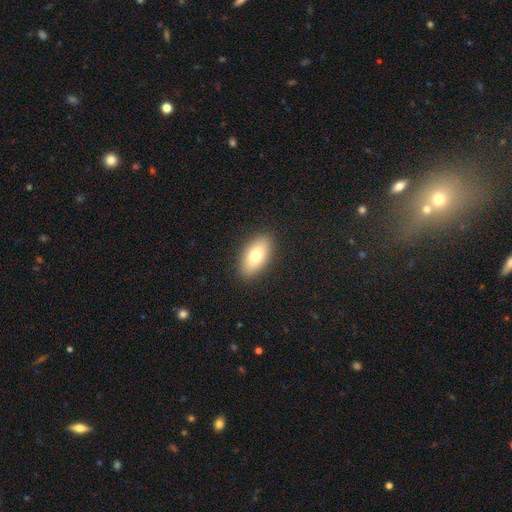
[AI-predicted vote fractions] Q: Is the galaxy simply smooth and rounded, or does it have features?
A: smooth — 76%.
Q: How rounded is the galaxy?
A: in between — 91%.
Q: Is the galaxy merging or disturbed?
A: none — 89%.